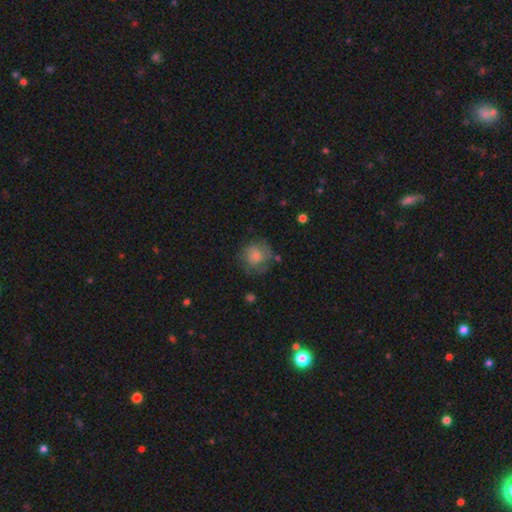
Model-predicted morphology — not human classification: Q: Smooth or featured?
A: smooth (62%); runner-up: featured or disk (29%)
Q: How rounded?
A: round (85%); runner-up: in between (14%)
Q: Merging?
A: none (63%); runner-up: minor disturbance (22%)